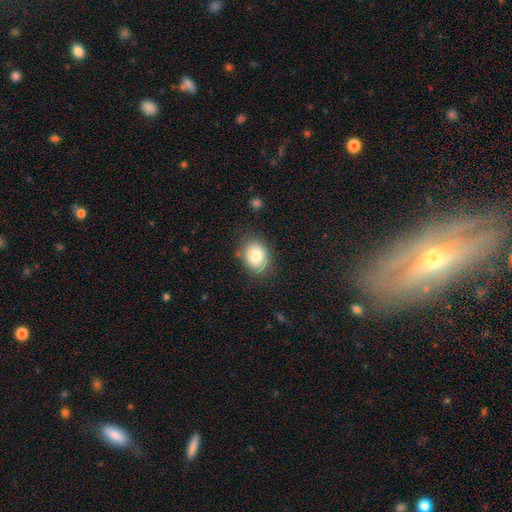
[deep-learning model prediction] smooth_or_featured: smooth (p=0.81) [alt: featured or disk p=0.10]
how_rounded: in between (p=0.58) [alt: round p=0.41]
merging: none (p=0.80) [alt: minor disturbance p=0.14]